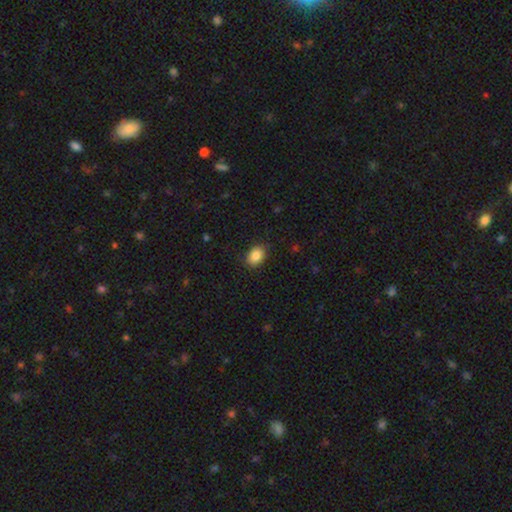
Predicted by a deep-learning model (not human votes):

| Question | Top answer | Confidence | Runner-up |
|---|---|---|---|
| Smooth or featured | smooth | 87% | star or artifact (8%) |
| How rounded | in between | 74% | round (25%) |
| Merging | none | 87% | minor disturbance (10%) |